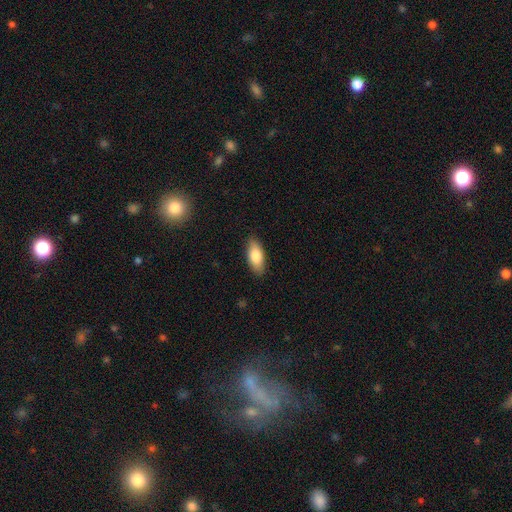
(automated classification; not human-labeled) A smooth galaxy with no disk features (81%) that is in between round and cigar-shaped (85%). Merging: none (88%).